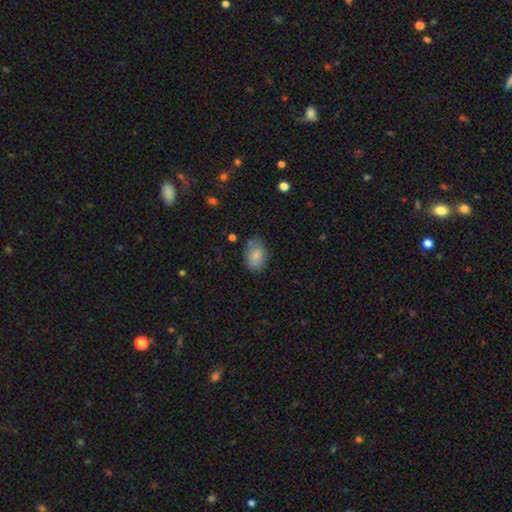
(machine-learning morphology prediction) A smooth galaxy with no disk features (83%) that is in between round and cigar-shaped (83%).

Vote fractions:
- Smooth or featured? smooth: 83% / featured or disk: 10% / star or artifact: 7%
- How rounded? in between: 83% / round: 16% / cigar-shaped: 1%
- Merging? none: 75% / minor disturbance: 19% / major disturbance: 4% / merger: 3%